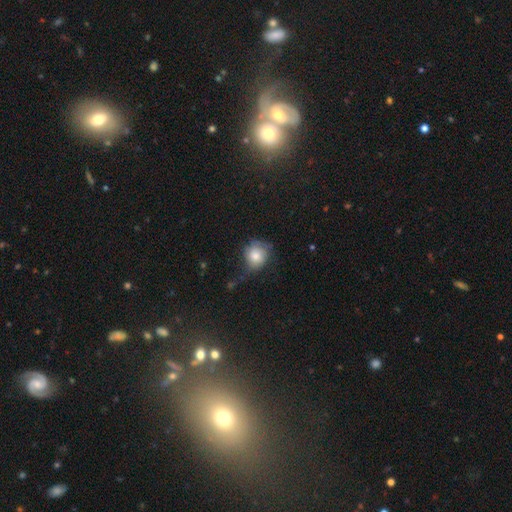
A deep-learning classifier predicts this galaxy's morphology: Smooth or featured? smooth (73%)
How rounded? round (77%)
Merging? none (40%)